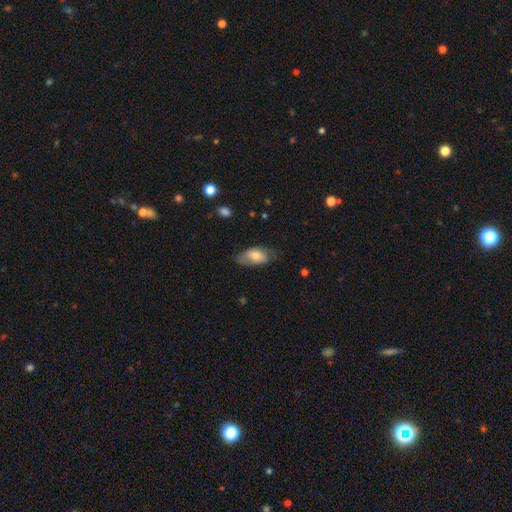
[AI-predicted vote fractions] Smooth or featured? smooth (68%)
How rounded? in between (91%)
Merging? none (60%)